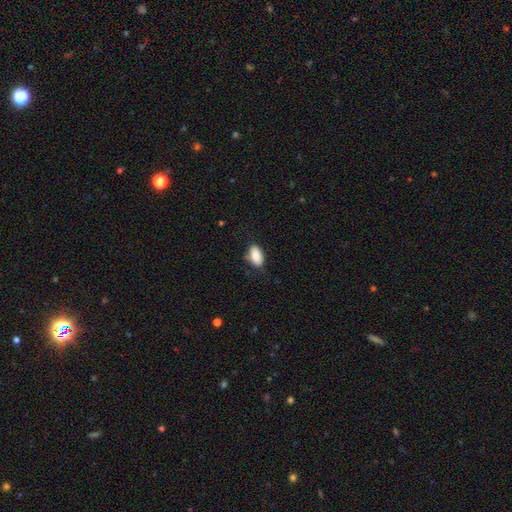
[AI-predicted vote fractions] This appears to be a smooth galaxy with no disk features (88%) that is in between round and cigar-shaped (92%). Merging: none (77%).